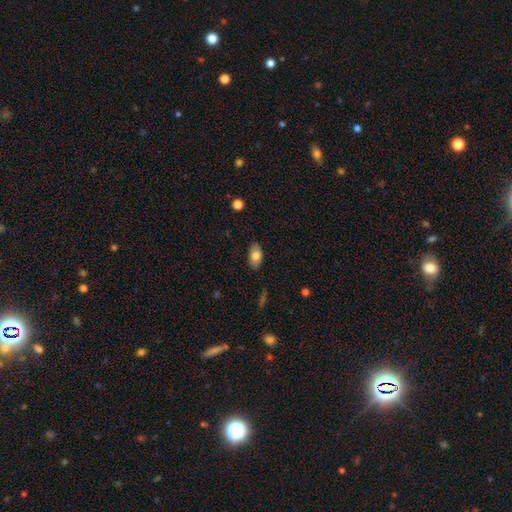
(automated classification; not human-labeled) Q: Smooth or featured?
A: smooth (76%); runner-up: featured or disk (17%)
Q: How rounded?
A: in between (92%); runner-up: round (5%)
Q: Merging?
A: none (84%); runner-up: minor disturbance (12%)